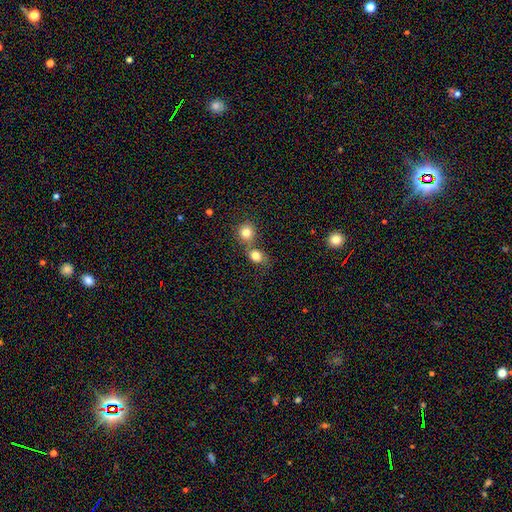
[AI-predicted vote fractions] smooth-or-featured: smooth: 80% | star or artifact: 11% | featured or disk: 9%
  how-rounded: round: 68% | in between: 30% | cigar-shaped: 1%
  merging: merger: 46% | none: 41% | minor disturbance: 8% | major disturbance: 4%